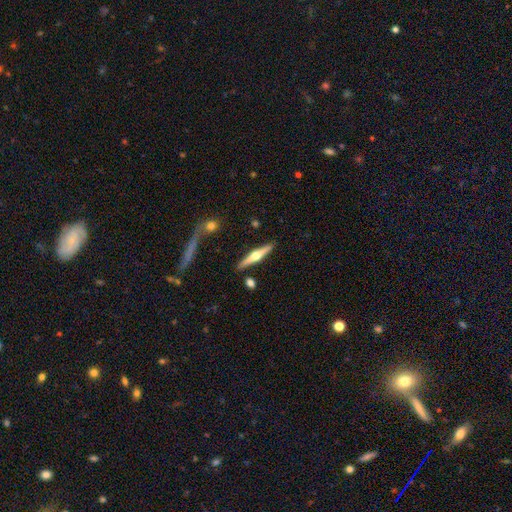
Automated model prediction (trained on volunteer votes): Smooth or featured? Predicted: featured or disk (p=0.68). Edge-on disk? Predicted: yes (p=0.97). Edge-on bulge? Predicted: rounded (p=0.95). Merging? Predicted: none (p=0.87).